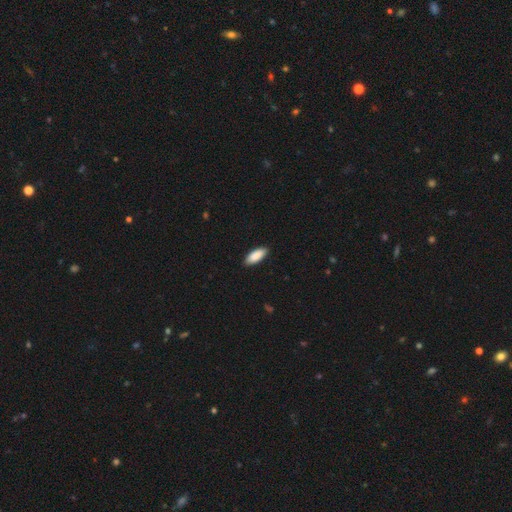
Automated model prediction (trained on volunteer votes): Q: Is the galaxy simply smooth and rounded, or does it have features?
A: smooth — 90%.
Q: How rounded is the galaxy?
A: in between — 82%.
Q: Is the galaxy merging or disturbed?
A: none — 89%.